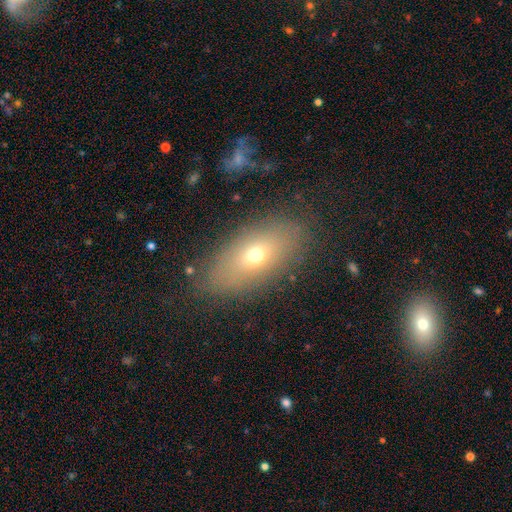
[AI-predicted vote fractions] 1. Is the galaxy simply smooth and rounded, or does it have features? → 63% smooth, 25% featured or disk, 12% star or artifact.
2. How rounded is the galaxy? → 84% in between, 9% cigar-shaped, 7% round.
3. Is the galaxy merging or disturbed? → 83% none, 11% minor disturbance, 5% major disturbance, 2% merger.